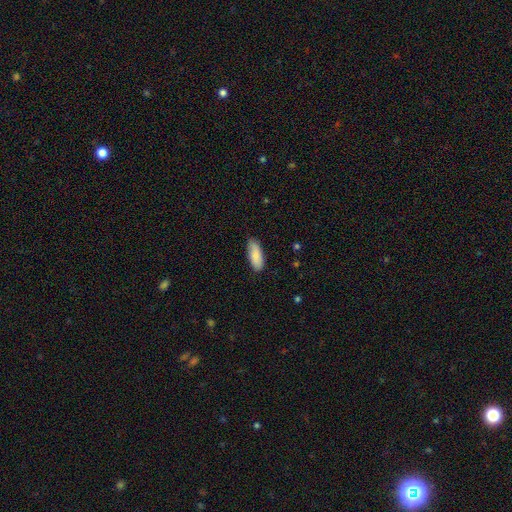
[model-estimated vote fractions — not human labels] Overall: smooth (87%). How rounded: in between (77%). Merging: none (80%).